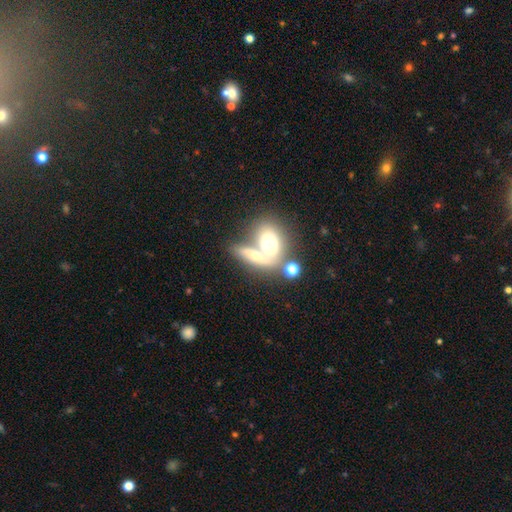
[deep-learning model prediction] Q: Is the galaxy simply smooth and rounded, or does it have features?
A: smooth — 57%.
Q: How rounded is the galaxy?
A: in between — 66%.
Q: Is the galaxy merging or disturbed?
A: merger — 60%.